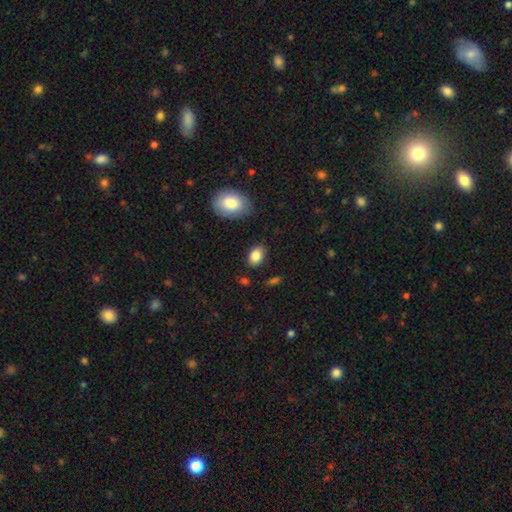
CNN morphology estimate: Overall: smooth (85%). How rounded: in between (84%). Merging: none (83%).